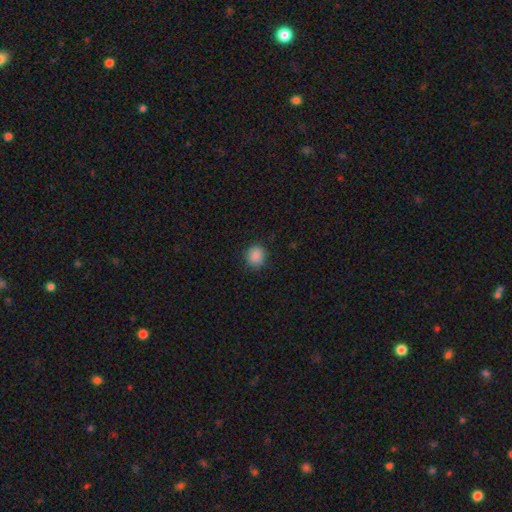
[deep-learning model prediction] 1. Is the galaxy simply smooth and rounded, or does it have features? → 87% smooth, 10% star or artifact, 3% featured or disk.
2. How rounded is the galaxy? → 80% round, 19% in between, 1% cigar-shaped.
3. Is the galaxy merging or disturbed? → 87% none, 9% minor disturbance, 3% major disturbance, 1% merger.